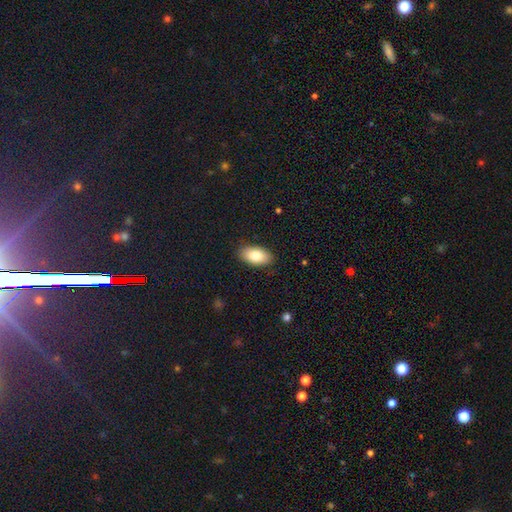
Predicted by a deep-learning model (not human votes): This appears to be a smooth galaxy with no disk features (82%) that is in between round and cigar-shaped (93%). Merging: none (88%).